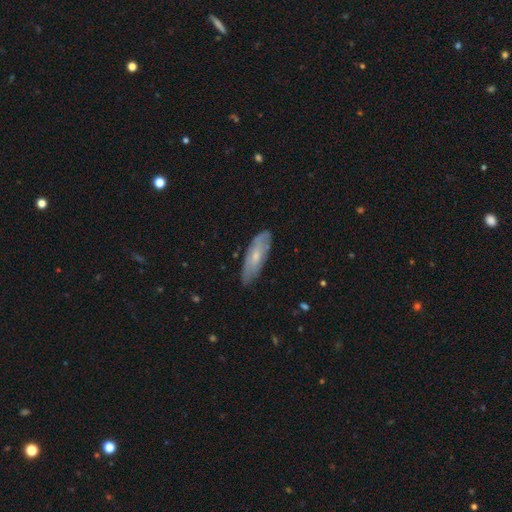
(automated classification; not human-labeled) Q: Smooth or featured?
A: smooth (48%); runner-up: featured or disk (45%)
Q: Merging?
A: none (80%); runner-up: minor disturbance (16%)